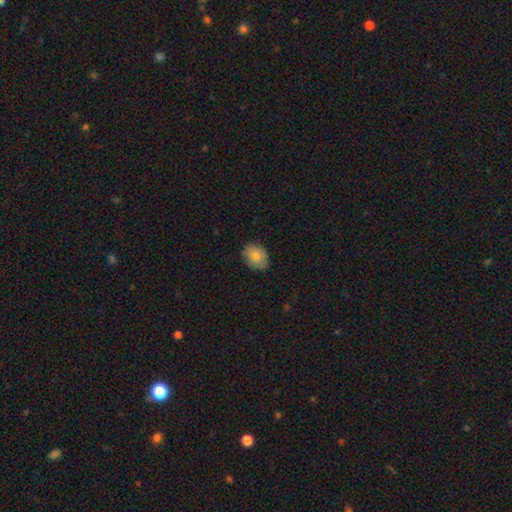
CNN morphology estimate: smooth 81%, featured or disk 12%, star or artifact 7%. Down the decision tree: how rounded — in between (63%); merging — none (81%).